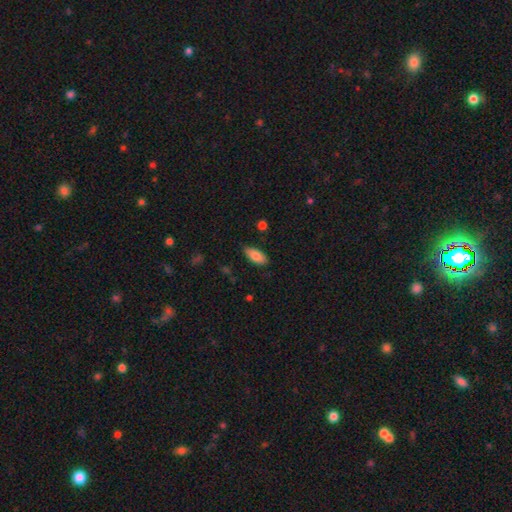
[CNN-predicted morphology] smooth_or_featured: smooth (p=0.83) [alt: featured or disk p=0.10]
how_rounded: in between (p=0.87) [alt: cigar-shaped p=0.11]
merging: none (p=0.80) [alt: minor disturbance p=0.16]